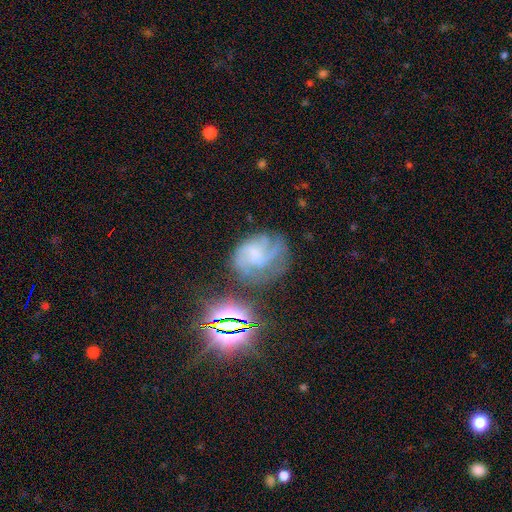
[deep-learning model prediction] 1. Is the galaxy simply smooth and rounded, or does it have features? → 65% featured or disk, 20% smooth, 16% star or artifact.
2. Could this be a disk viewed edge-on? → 98% no, 2% yes.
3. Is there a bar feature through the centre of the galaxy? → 60% no, 32% weak, 8% strong.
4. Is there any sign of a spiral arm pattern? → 88% yes, 12% no.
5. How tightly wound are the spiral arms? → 45% medium, 31% tight, 24% loose.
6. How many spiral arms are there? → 33% 3, 26% can't tell, 22% 2, 7% 1, 7% 4, 4% more than 4.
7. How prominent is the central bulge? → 47% none, 28% small, 17% moderate, 5% large, 2% dominant.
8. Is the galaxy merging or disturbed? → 50% none, 24% minor disturbance, 21% major disturbance, 6% merger.